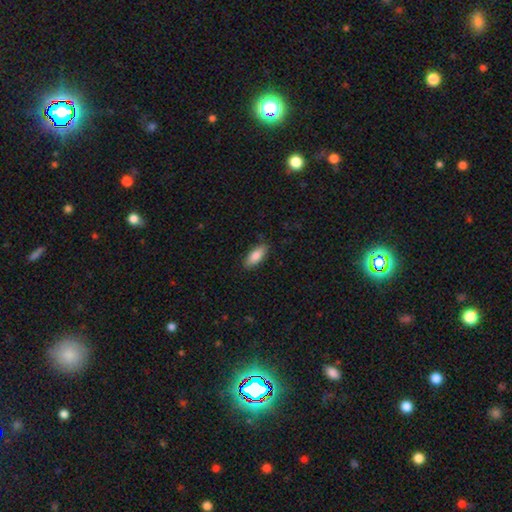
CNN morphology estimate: A smooth galaxy with no disk features (85%) that is in between round and cigar-shaped (76%).

Vote fractions:
- Smooth or featured? smooth: 85% / featured or disk: 9% / star or artifact: 6%
- How rounded? in between: 76% / cigar-shaped: 23% / round: 2%
- Merging? none: 86% / minor disturbance: 10% / major disturbance: 2% / merger: 1%